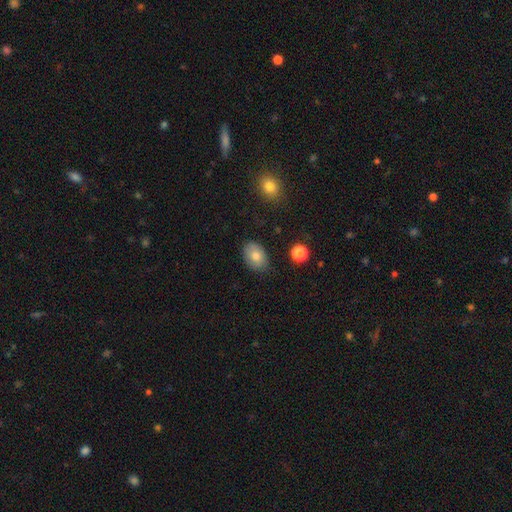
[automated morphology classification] This is likely a smooth galaxy (77%). How rounded: clearly in between (81%). Merging: clearly none (82%).